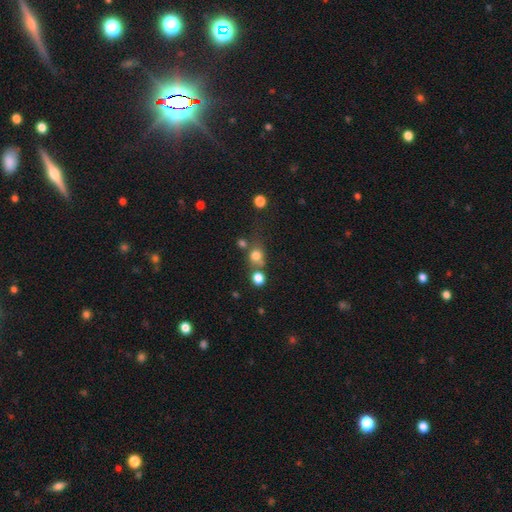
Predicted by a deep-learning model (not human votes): Q: Smooth or featured?
A: smooth (73%); runner-up: star or artifact (16%)
Q: How rounded?
A: round (77%); runner-up: in between (22%)
Q: Merging?
A: none (54%); runner-up: merger (25%)